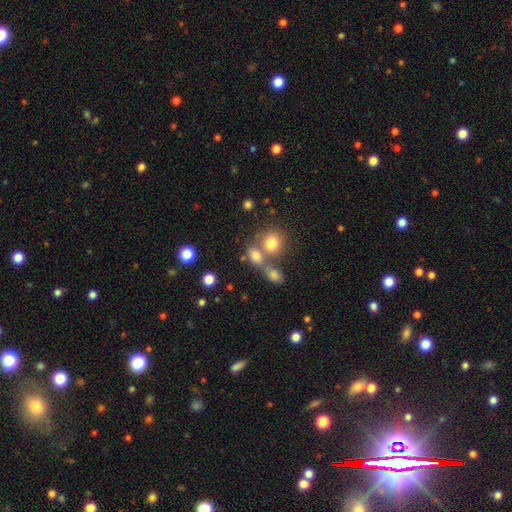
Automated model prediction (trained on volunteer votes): Overall: smooth (77%). How rounded: in between (57%; round 40%). Merging: merger (47%; none 38%).